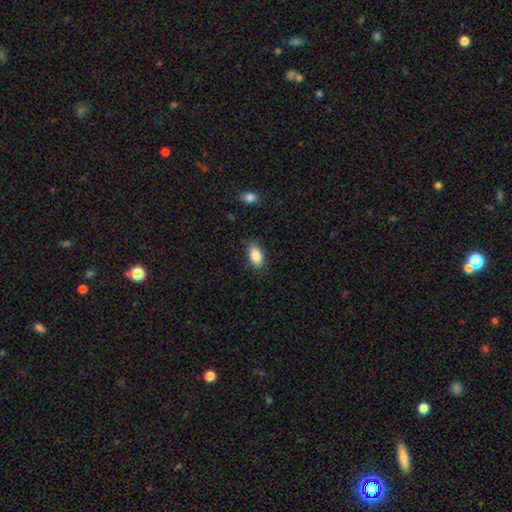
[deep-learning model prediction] Smooth or featured? smooth (86%)
How rounded? in between (91%)
Merging? none (77%)